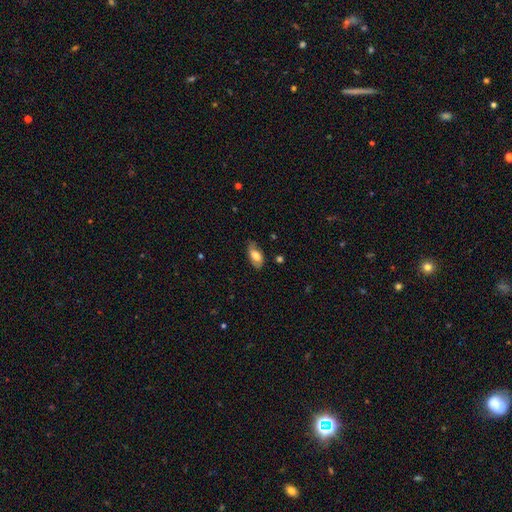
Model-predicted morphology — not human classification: smooth-or-featured: smooth: 64% | featured or disk: 29% | star or artifact: 7%
  how-rounded: in between: 90% | cigar-shaped: 6% | round: 4%
  merging: none: 71% | minor disturbance: 22% | major disturbance: 5% | merger: 1%